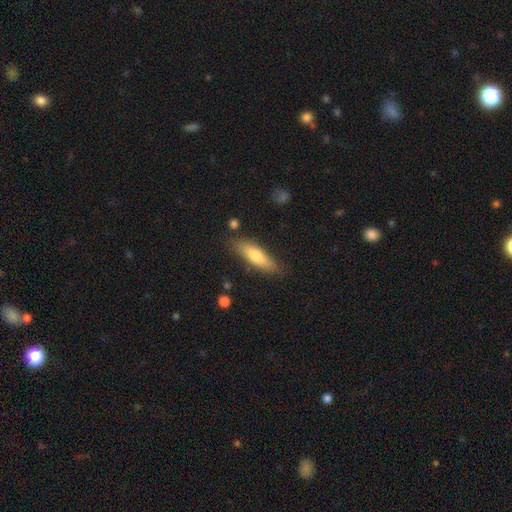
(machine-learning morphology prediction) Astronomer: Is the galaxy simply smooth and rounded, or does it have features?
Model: smooth — 70%.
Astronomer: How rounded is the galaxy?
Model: cigar-shaped — 60% (runner-up: in between, 38%).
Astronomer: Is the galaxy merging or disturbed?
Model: none — 82%.